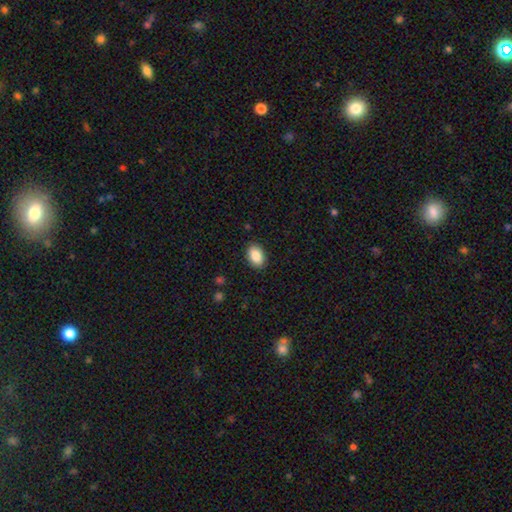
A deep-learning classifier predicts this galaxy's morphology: Q: Smooth or featured?
A: smooth (88%); runner-up: star or artifact (7%)
Q: How rounded?
A: in between (87%); runner-up: round (12%)
Q: Merging?
A: none (88%); runner-up: minor disturbance (9%)